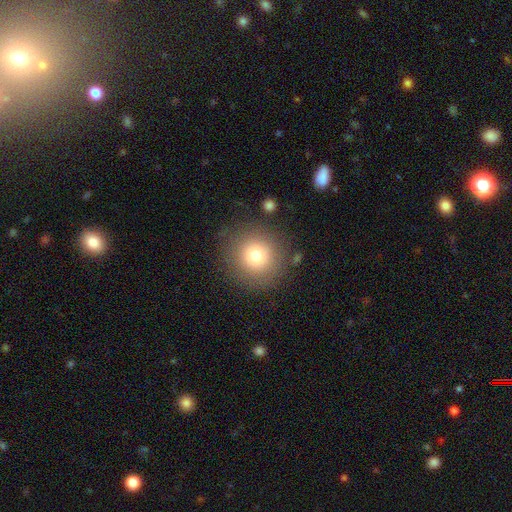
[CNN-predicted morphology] smooth_or_featured: smooth (p=0.76) [alt: star or artifact p=0.13]
how_rounded: round (p=0.95) [alt: in between p=0.05]
merging: none (p=0.85) [alt: minor disturbance p=0.09]